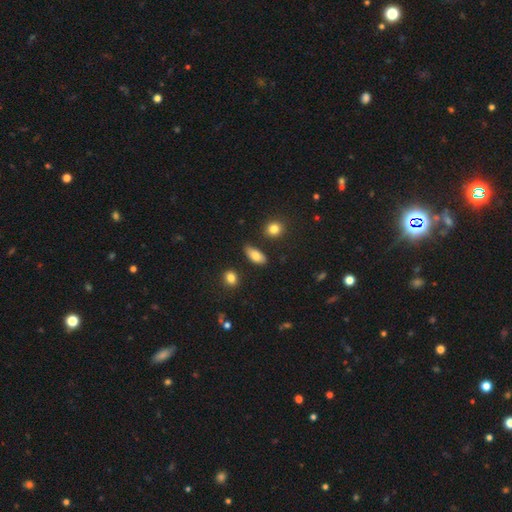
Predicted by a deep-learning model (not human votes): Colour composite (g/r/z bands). It shows a smooth galaxy with no disk features (82%) that is in between round and cigar-shaped (84%). Merging: none (81%).